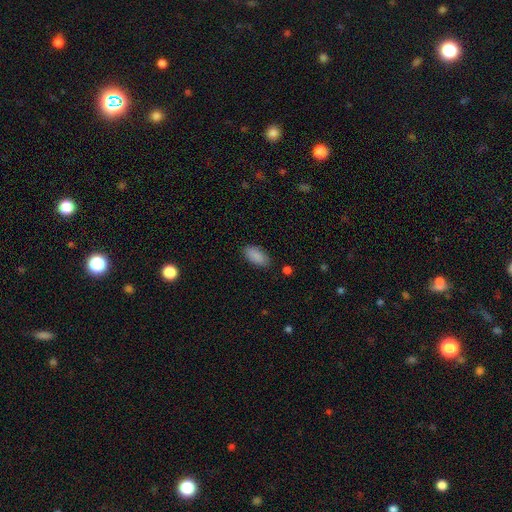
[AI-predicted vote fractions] smooth 88%, star or artifact 7%, featured or disk 4%. Down the decision tree: how rounded — in between (91%); merging — none (84%).